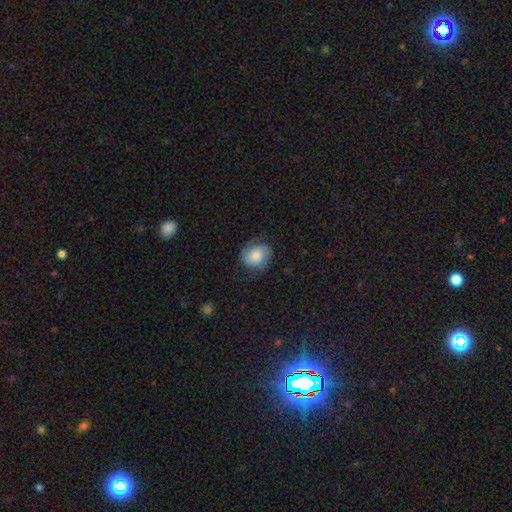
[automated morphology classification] The model was most divided on "how rounded": round: 62%, in between: 37%, cigar-shaped: 1%. More confident: merging — none (71%); smooth or featured — smooth (60%).